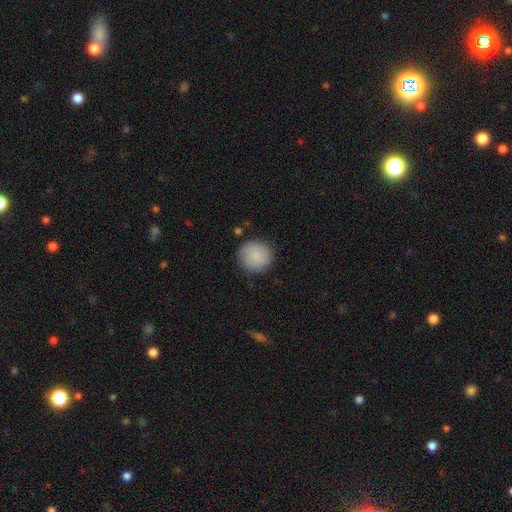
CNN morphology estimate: The model was most divided on "merging": none: 82%, minor disturbance: 13%, major disturbance: 3%, merger: 2%. More confident: how rounded — round (93%); smooth or featured — smooth (83%).